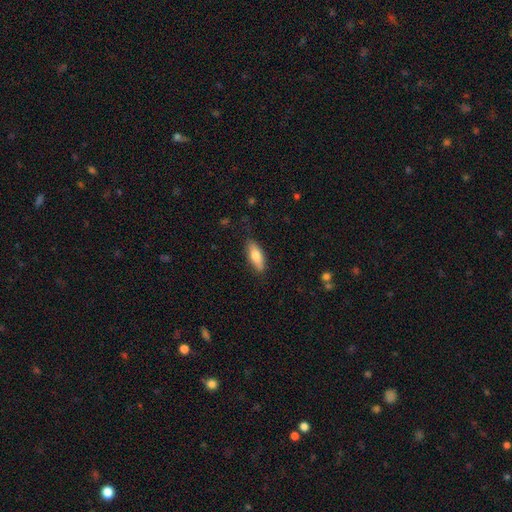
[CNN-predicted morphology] type=smooth (76%); roundness=in between (64%); merging=none (81%).